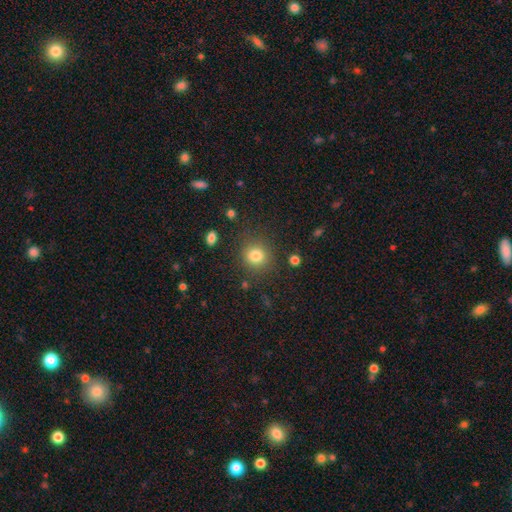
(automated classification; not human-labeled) Smooth or featured? Predicted: smooth (p=0.81). How rounded? Predicted: round (p=0.88). Merging? Predicted: none (p=0.84).